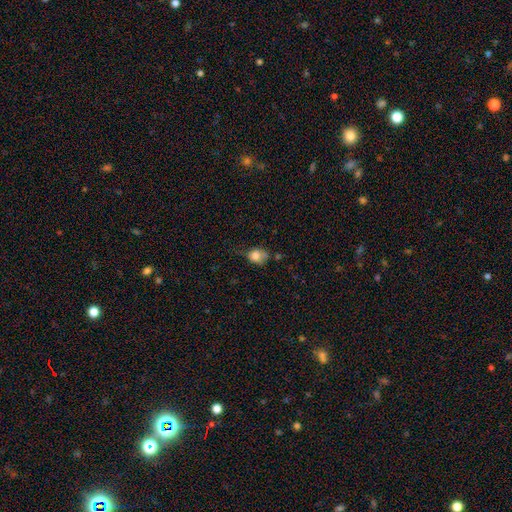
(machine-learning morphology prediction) A smooth galaxy with no disk features (78%) that is round (52%). Merging: minor disturbance (39%).